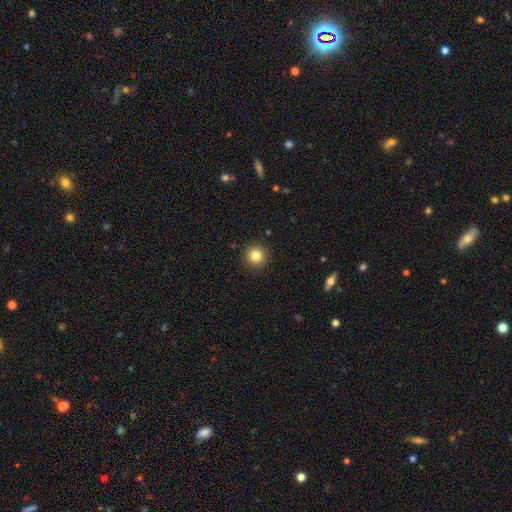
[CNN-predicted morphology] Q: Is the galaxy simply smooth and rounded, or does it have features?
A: smooth — 83%.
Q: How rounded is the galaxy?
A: round — 95%.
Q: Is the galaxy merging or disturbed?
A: none — 91%.